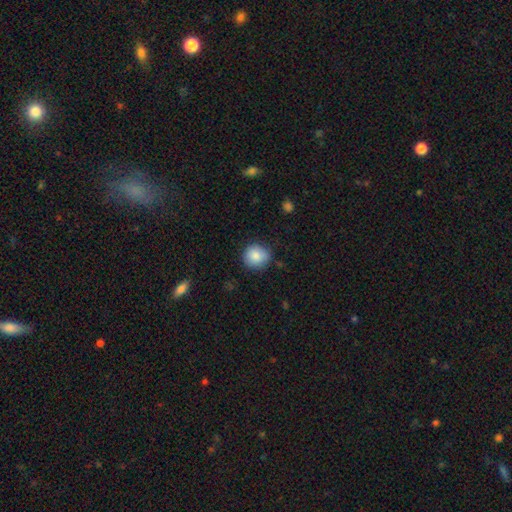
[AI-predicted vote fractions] The model was most divided on "merging": none: 80%, minor disturbance: 16%, major disturbance: 3%, merger: 1%. More confident: how rounded — round (87%); smooth or featured — smooth (85%).